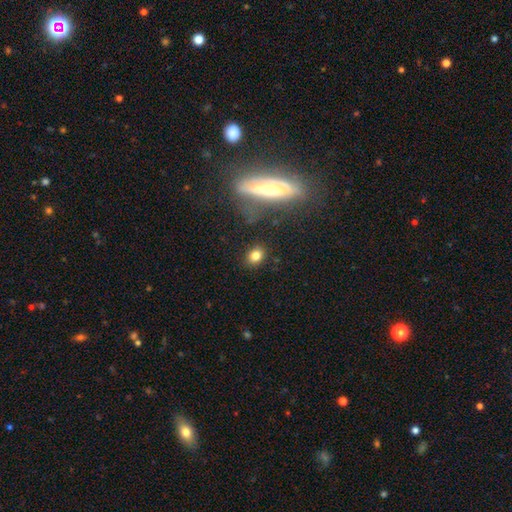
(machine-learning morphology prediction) The model was most divided on "how rounded": round: 52%, in between: 46%, cigar-shaped: 2%. More confident: merging — none (86%); smooth or featured — smooth (80%).